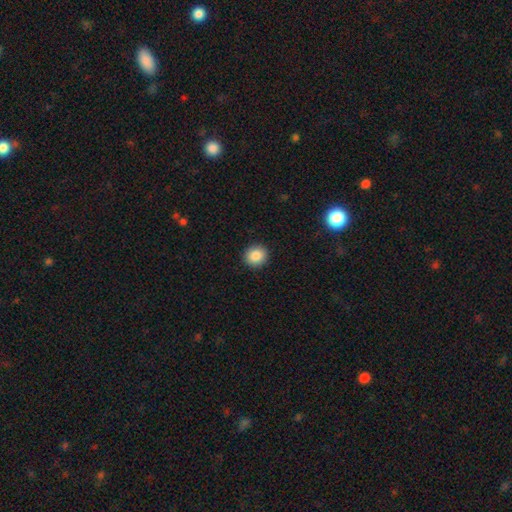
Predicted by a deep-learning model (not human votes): smooth-or-featured: smooth: 86% | star or artifact: 9% | featured or disk: 5%
  how-rounded: round: 88% | in between: 11% | cigar-shaped: 1%
  merging: none: 92% | minor disturbance: 5% | major disturbance: 2% | merger: 1%